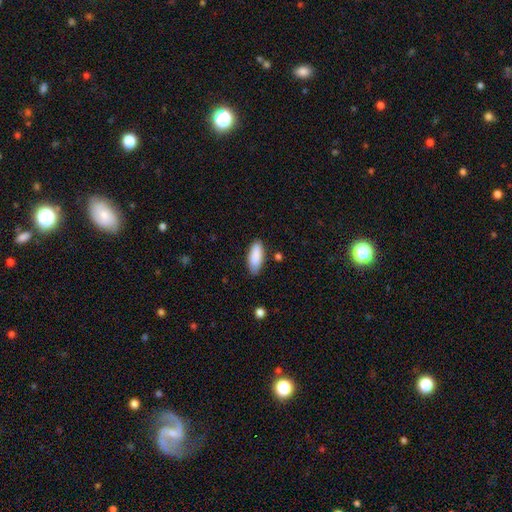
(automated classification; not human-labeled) The model was most divided on "how rounded": in between: 76%, cigar-shaped: 23%, round: 2%. More confident: smooth or featured — smooth (89%); merging — none (82%).